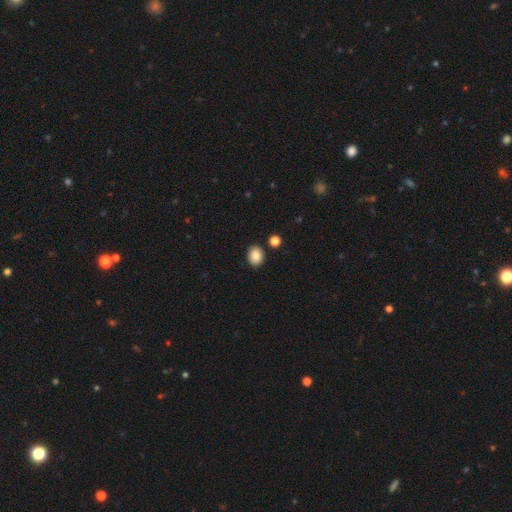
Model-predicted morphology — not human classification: Smooth or featured? Predicted: smooth (p=0.87). How rounded? Predicted: round (p=0.52). Merging? Predicted: none (p=0.86).